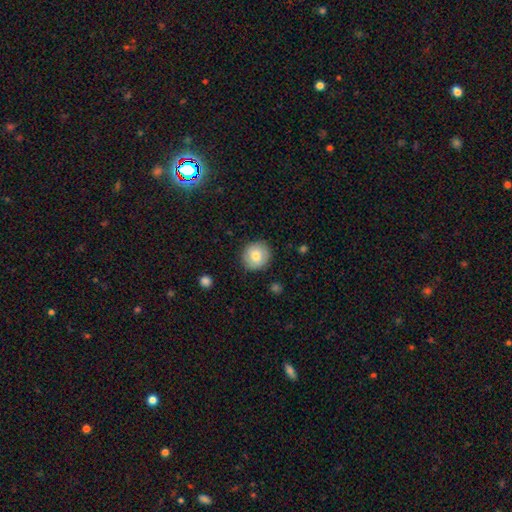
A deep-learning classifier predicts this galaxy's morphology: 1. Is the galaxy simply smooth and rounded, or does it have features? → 79% smooth, 13% featured or disk, 8% star or artifact.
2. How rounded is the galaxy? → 88% round, 11% in between, 1% cigar-shaped.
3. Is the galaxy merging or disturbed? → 87% none, 9% minor disturbance, 2% major disturbance, 1% merger.